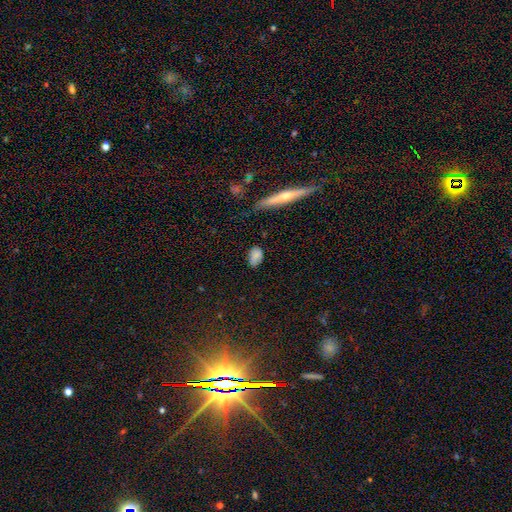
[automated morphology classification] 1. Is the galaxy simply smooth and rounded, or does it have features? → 77% smooth, 11% star or artifact, 11% featured or disk.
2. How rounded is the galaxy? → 87% in between, 10% round, 4% cigar-shaped.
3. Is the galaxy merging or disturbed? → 69% none, 23% minor disturbance, 5% major disturbance, 3% merger.